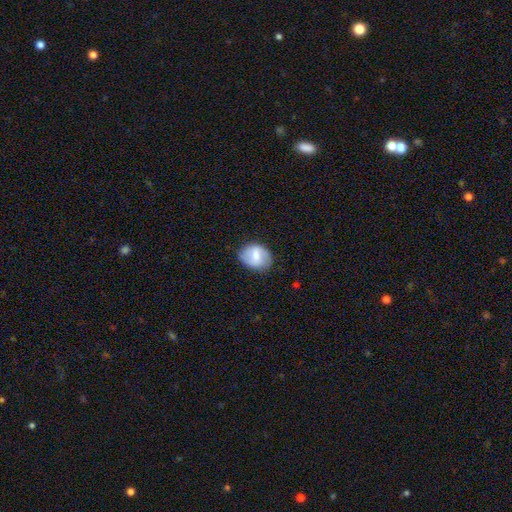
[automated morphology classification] Q: Smooth or featured?
A: smooth (64%); runner-up: featured or disk (29%)
Q: How rounded?
A: in between (58%); runner-up: round (41%)
Q: Merging?
A: none (78%); runner-up: minor disturbance (17%)